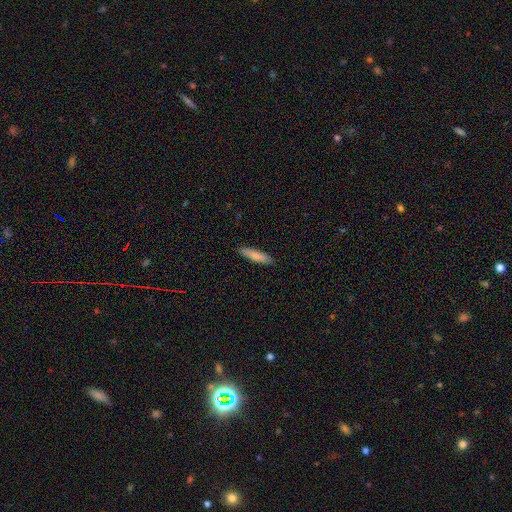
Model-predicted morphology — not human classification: A smooth galaxy with no disk features (82%) that is cigar-shaped (81%). Merging: none (89%).